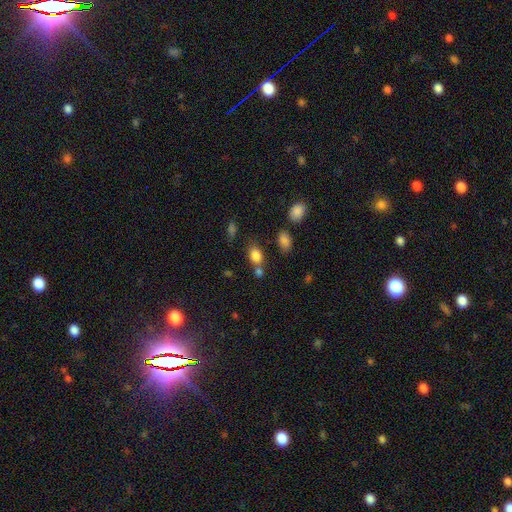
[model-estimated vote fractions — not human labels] smooth 82%, star or artifact 11%, featured or disk 7%. Down the decision tree: how rounded — in between (72%); merging — none (57%).